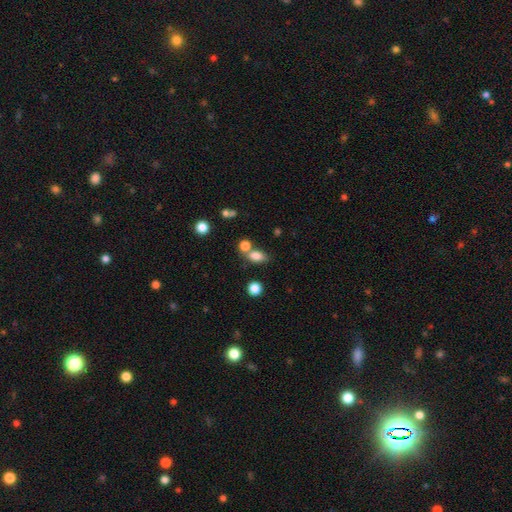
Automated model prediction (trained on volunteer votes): Overall: smooth (80%). How rounded: in between (78%). Merging: none (54%; merger 29%).